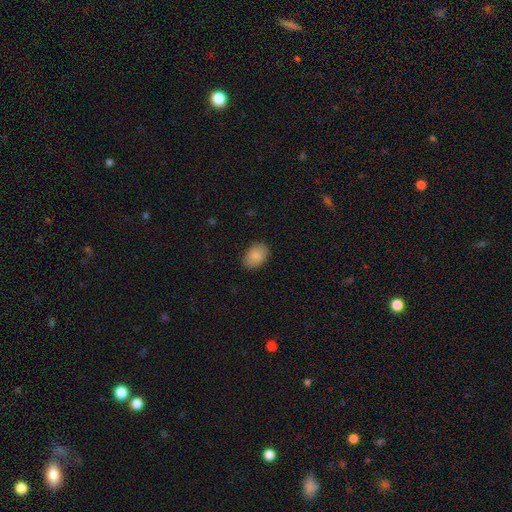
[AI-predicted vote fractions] Q: Smooth or featured?
A: smooth (89%); runner-up: star or artifact (7%)
Q: How rounded?
A: in between (85%); runner-up: round (14%)
Q: Merging?
A: none (87%); runner-up: minor disturbance (10%)